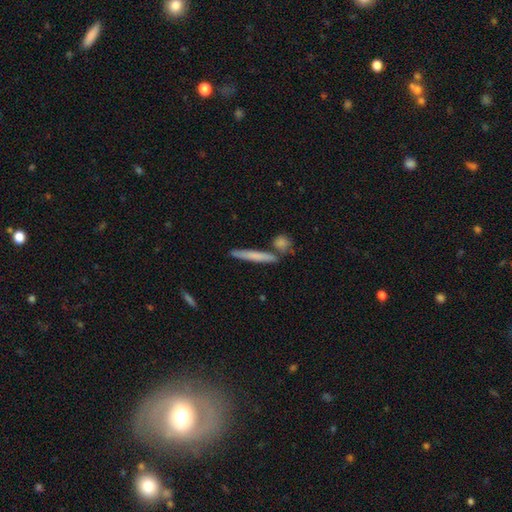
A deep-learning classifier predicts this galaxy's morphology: smooth_or_featured: smooth (p=0.64) [alt: featured or disk p=0.29]
how_rounded: cigar-shaped (p=0.93) [alt: in between p=0.04]
merging: none (p=0.78) [alt: merger p=0.10]